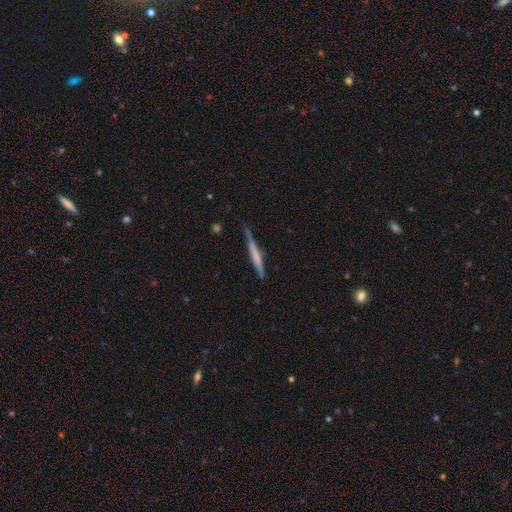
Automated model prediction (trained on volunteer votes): A featured or disk galaxy (48%). Merging: none (79%).